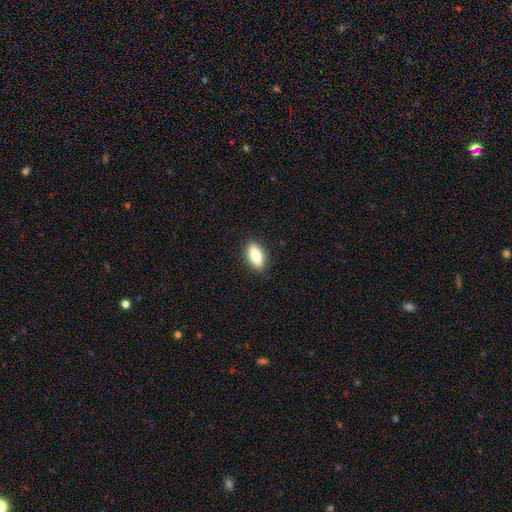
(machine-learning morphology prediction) The model was most divided on "smooth or featured": smooth: 77%, featured or disk: 16%, star or artifact: 7%. More confident: merging — none (88%); how rounded — in between (82%).